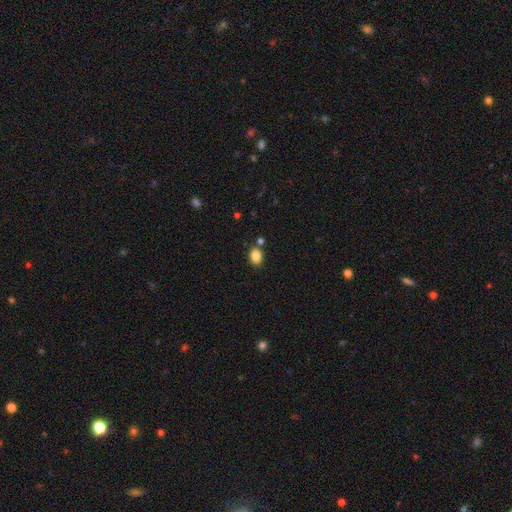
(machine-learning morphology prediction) type=smooth (85%); roundness=in between (63%); merging=none (77%).